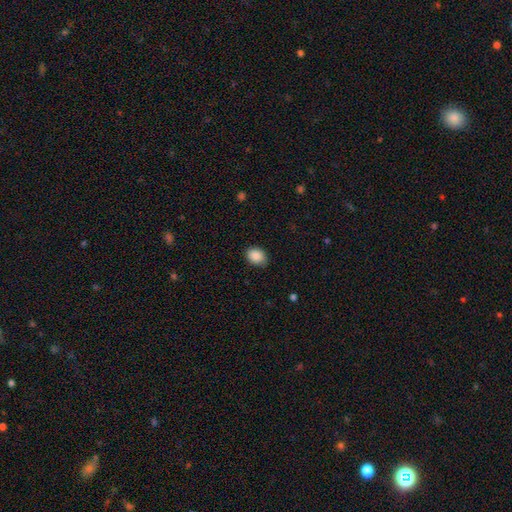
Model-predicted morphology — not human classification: Smooth or featured? smooth (88%)
How rounded? in between (62%)
Merging? none (82%)